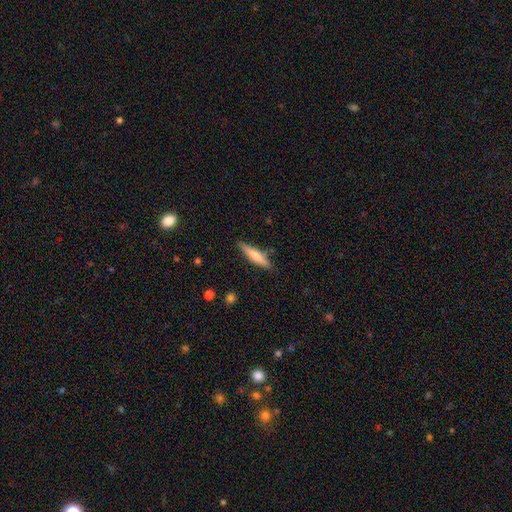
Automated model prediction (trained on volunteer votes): Morphology: type=smooth (62%); roundness=cigar-shaped (83%); merging=none (83%).